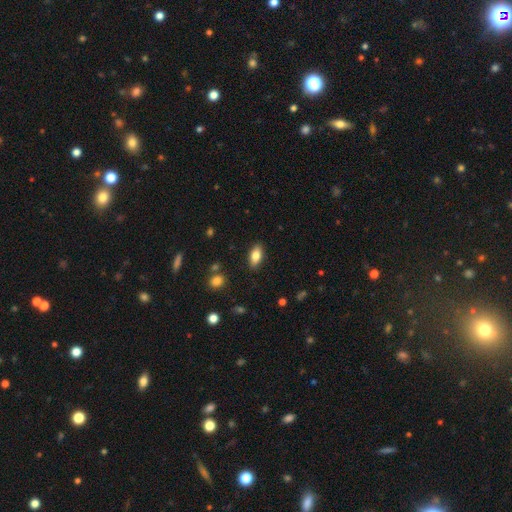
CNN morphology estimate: Smooth or featured? Predicted: smooth (p=0.79). How rounded? Predicted: in between (p=0.86). Merging? Predicted: none (p=0.87).